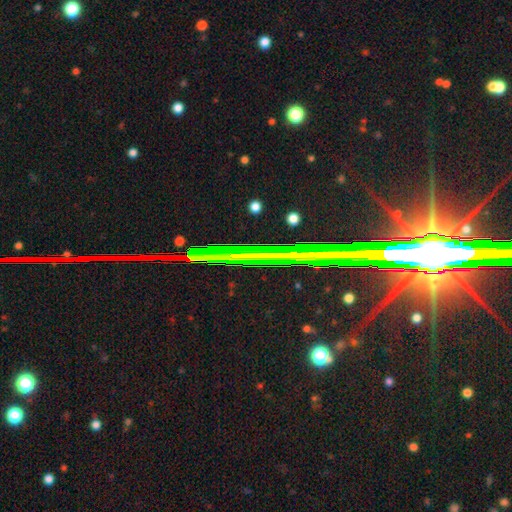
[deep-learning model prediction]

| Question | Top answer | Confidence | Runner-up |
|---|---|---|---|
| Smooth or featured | star or artifact | 69% | featured or disk (20%) |